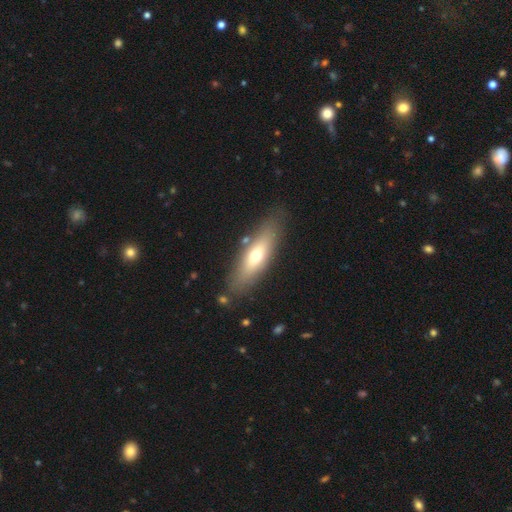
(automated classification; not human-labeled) Overall: smooth (57%; featured or disk 36%). How rounded: cigar-shaped (50%; in between 47%). Merging: none (81%).